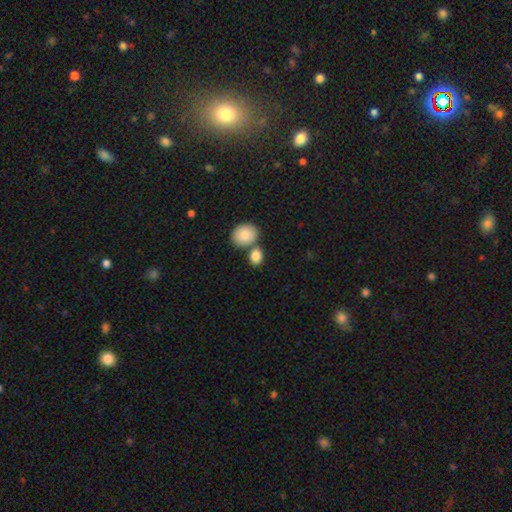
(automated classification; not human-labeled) Smooth or featured?
  - smooth: 86% *
  - star or artifact: 8%
  - featured or disk: 7%
How rounded?
  - in between: 59% *
  - round: 40%
  - cigar-shaped: 1%
Merging?
  - none: 55% *
  - merger: 33%
  - minor disturbance: 10%
  - major disturbance: 3%